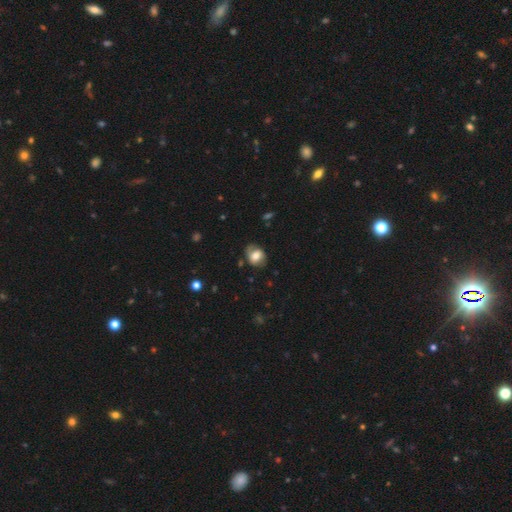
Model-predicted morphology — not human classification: Smooth or featured? smooth (64%)
How rounded? in between (50%)
Merging? none (69%)